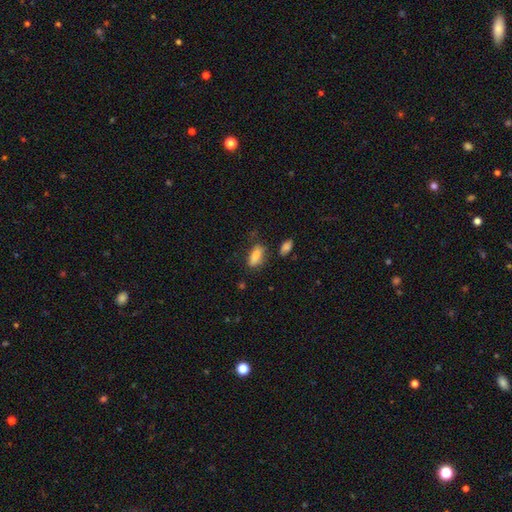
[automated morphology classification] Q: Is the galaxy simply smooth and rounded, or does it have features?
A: smooth — 84%.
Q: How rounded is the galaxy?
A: in between — 85%.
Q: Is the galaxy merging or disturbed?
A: none — 63%.